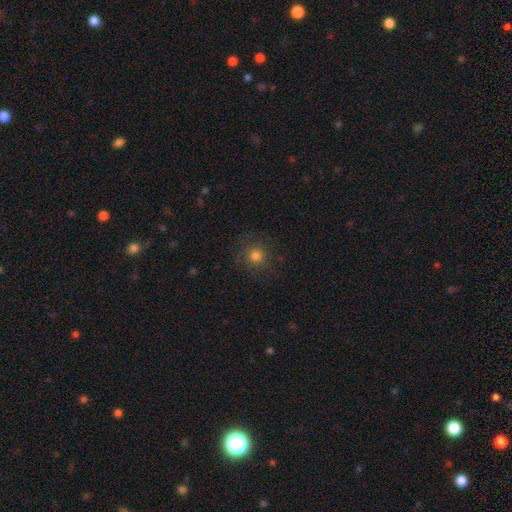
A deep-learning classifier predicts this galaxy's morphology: A smooth galaxy with no disk features (79%) that is round (92%).

Vote fractions:
- Smooth or featured? smooth: 79% / star or artifact: 14% / featured or disk: 6%
- How rounded? round: 92% / in between: 7% / cigar-shaped: 1%
- Merging? none: 87% / minor disturbance: 9% / major disturbance: 3% / merger: 1%